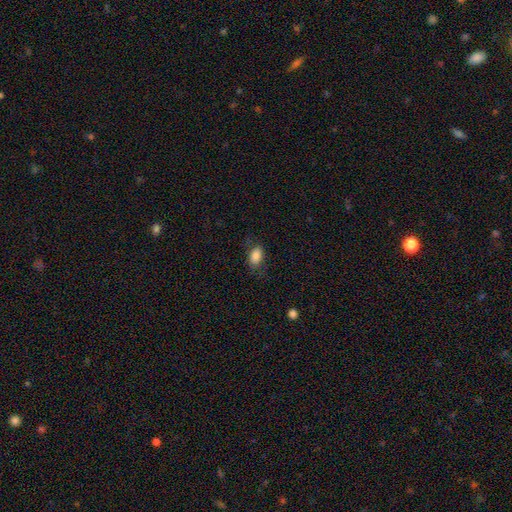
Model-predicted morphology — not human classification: A smooth galaxy with no disk features (84%) that is in between round and cigar-shaped (90%). Merging: none (75%).